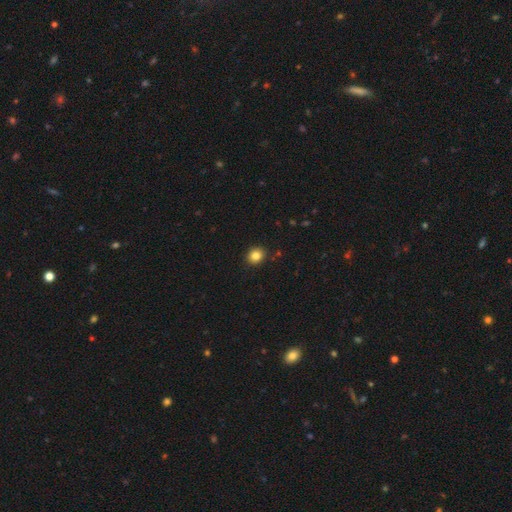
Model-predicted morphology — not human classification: A smooth galaxy with no disk features (83%) that is round (72%). Merging: none (89%).